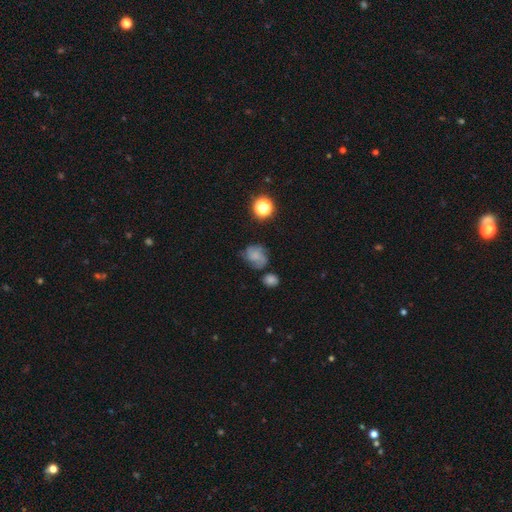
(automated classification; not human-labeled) This appears to be a featured or disk galaxy (46%). Merging: none (56%).